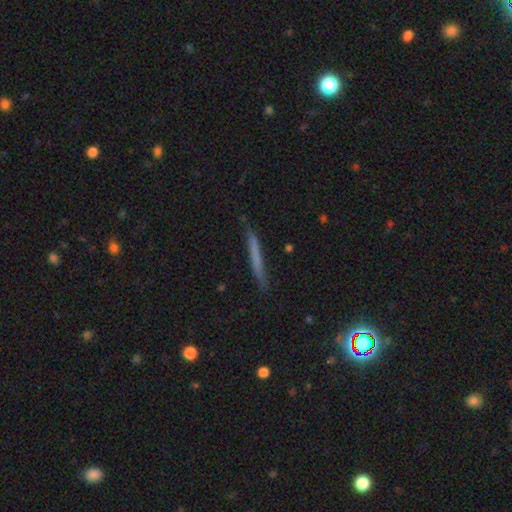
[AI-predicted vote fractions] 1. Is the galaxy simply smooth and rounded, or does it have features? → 57% smooth, 35% featured or disk, 8% star or artifact.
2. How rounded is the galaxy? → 96% cigar-shaped, 2% in between, 2% round.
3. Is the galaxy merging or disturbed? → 85% none, 11% minor disturbance, 2% major disturbance, 1% merger.